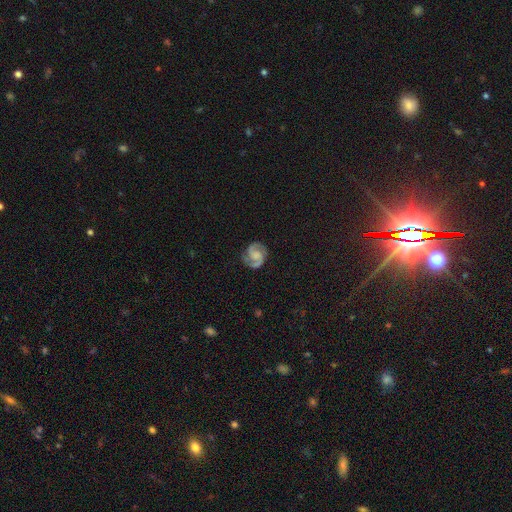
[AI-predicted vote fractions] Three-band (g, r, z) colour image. It shows a featured or disk galaxy (86%) with no bar (51%), 2 (91%) medium (51%) spiral arms (98%) and no central bulge (46%). Merging: none (80%).